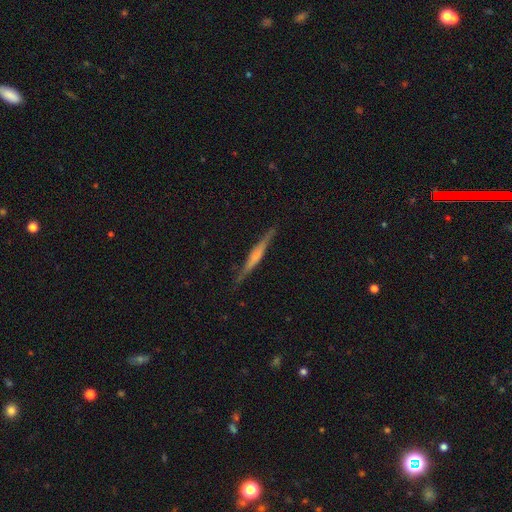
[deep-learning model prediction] Smooth or featured: featured or disk — 64% (smooth — 30%)
Edge-on disk: yes — 97% (no — 3%)
Edge-on bulge: rounded — 39% (boxy — 31%)
Merging: none — 87% (minor disturbance — 10%)